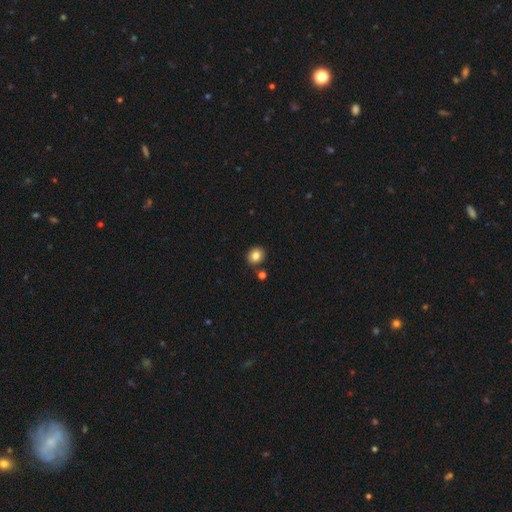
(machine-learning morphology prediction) type=smooth (83%); roundness=round (67%); merging=none (84%).